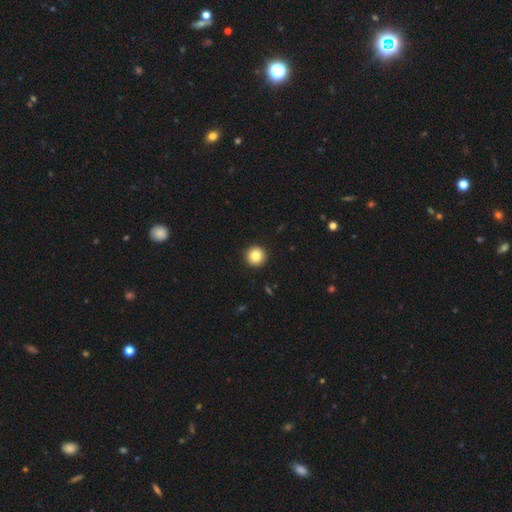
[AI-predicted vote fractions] Smooth or featured?
  - smooth: 82% *
  - star or artifact: 9%
  - featured or disk: 8%
How rounded?
  - round: 96% *
  - in between: 3%
  - cigar-shaped: 1%
Merging?
  - none: 94% *
  - minor disturbance: 4%
  - major disturbance: 1%
  - merger: 1%